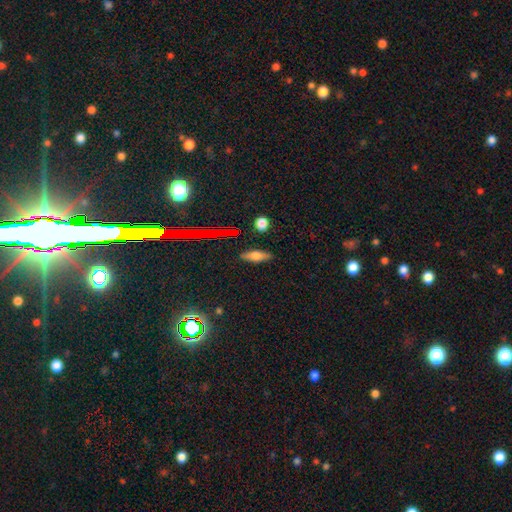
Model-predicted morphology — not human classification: smooth_or_featured: smooth (p=0.67) [alt: featured or disk p=0.22]
how_rounded: in between (p=0.61) [alt: cigar-shaped p=0.34]
merging: none (p=0.84) [alt: minor disturbance p=0.11]